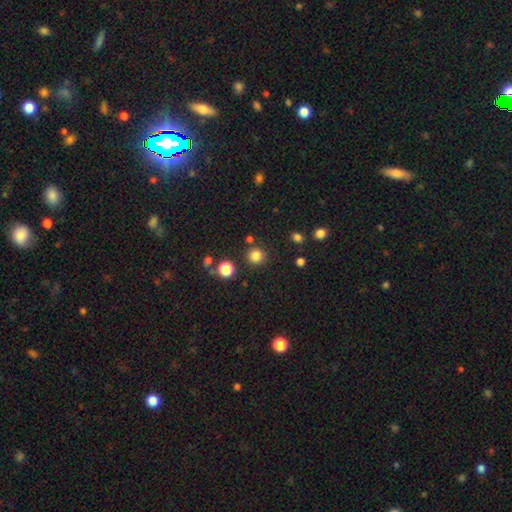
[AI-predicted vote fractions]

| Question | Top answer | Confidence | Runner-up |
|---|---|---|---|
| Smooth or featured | smooth | 83% | star or artifact (13%) |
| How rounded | round | 92% | in between (7%) |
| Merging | none | 85% | minor disturbance (7%) |